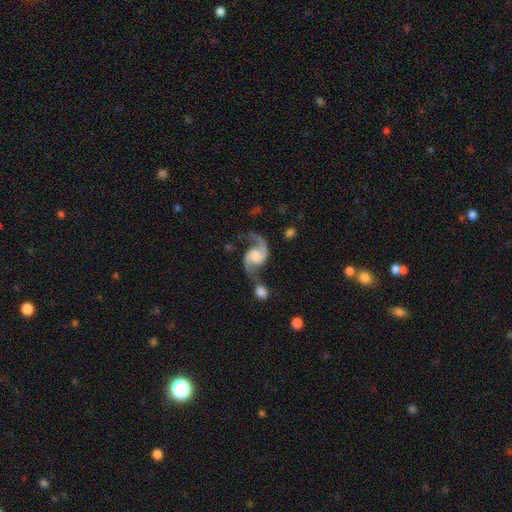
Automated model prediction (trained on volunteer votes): A featured or disk galaxy (90%) with no bar (53%), 2 (93%) loose (63%) spiral arms (97%) and a moderate central bulge (31%). Merging: none (45%).